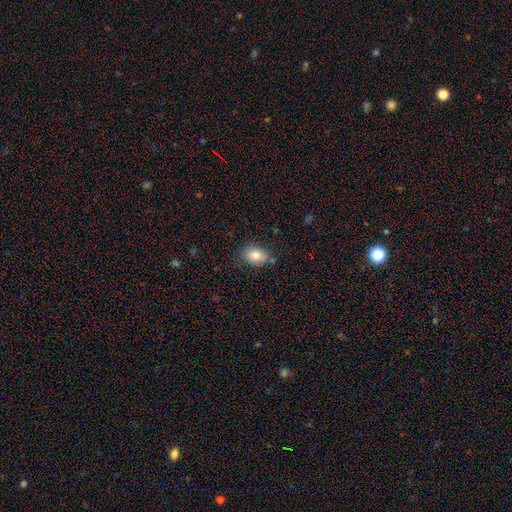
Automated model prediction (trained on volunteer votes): smooth_or_featured: smooth (p=0.80) [alt: featured or disk p=0.11]
how_rounded: in between (p=0.76) [alt: round p=0.23]
merging: none (p=0.75) [alt: minor disturbance p=0.18]